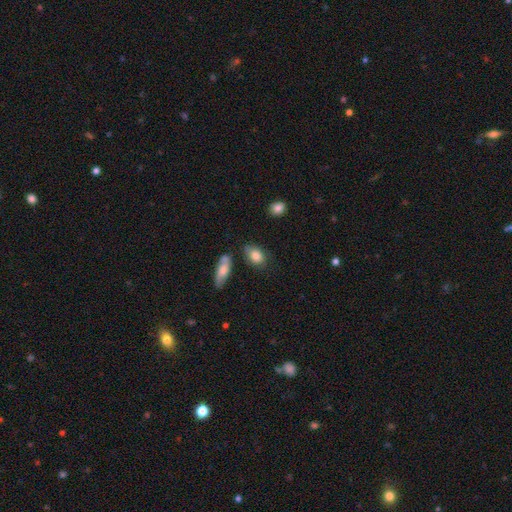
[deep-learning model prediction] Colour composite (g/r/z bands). It shows a smooth galaxy with no disk features (82%) that is in between round and cigar-shaped (82%). Merging: none (68%).